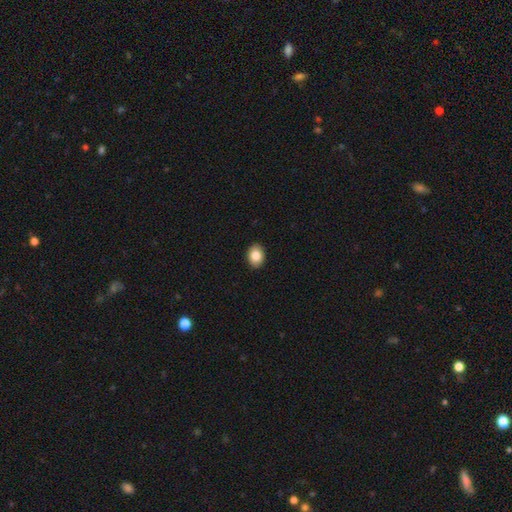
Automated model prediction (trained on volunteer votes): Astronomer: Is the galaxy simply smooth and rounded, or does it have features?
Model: smooth — 84%.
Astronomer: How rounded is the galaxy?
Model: in between — 70%.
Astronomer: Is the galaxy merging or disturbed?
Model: none — 91%.